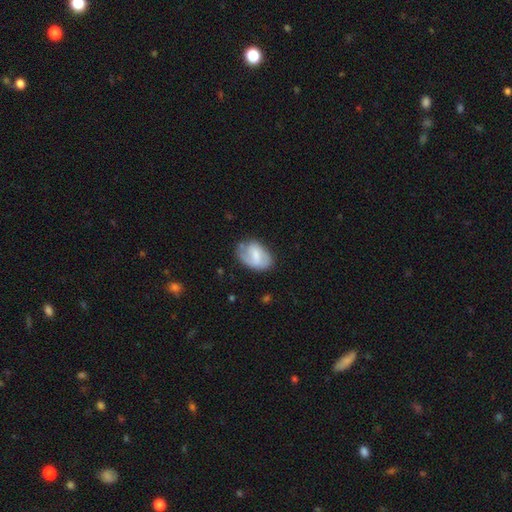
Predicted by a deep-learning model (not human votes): smooth-or-featured: featured or disk: 48% | smooth: 46% | star or artifact: 7%
  merging: none: 55% | minor disturbance: 29% | major disturbance: 13% | merger: 3%